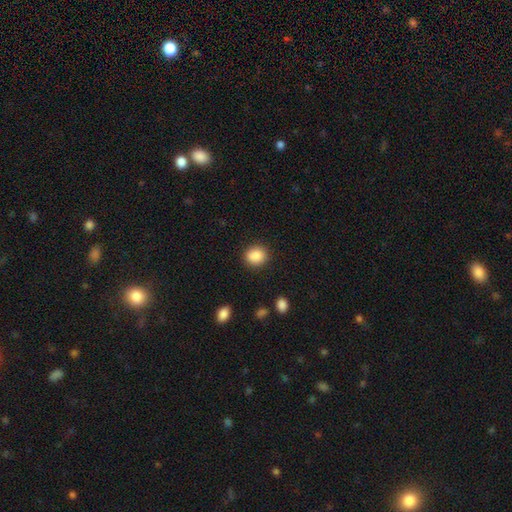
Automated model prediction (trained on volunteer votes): Smooth or featured? smooth (88%)
How rounded? round (76%)
Merging? none (87%)